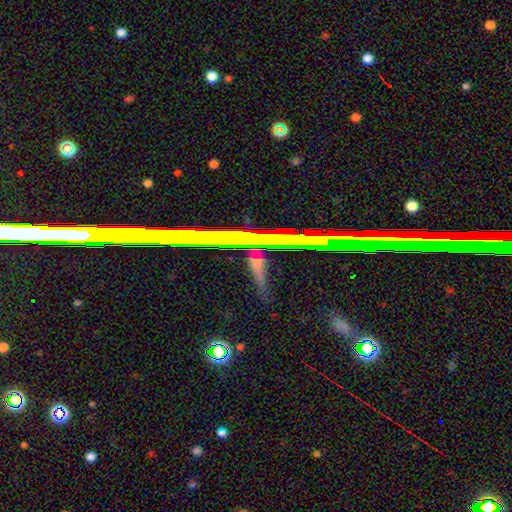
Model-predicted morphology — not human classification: A star or artifact, not a galaxy (59%).